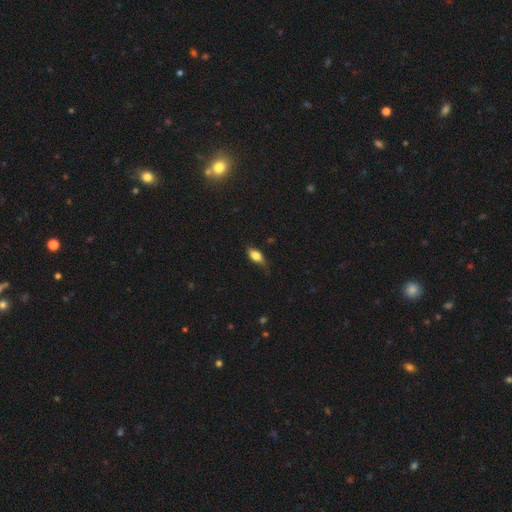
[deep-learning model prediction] A smooth galaxy with no disk features (72%) that is in between round and cigar-shaped (80%).

Vote fractions:
- Smooth or featured? smooth: 72% / featured or disk: 20% / star or artifact: 8%
- How rounded? in between: 80% / cigar-shaped: 13% / round: 7%
- Merging? none: 58% / minor disturbance: 31% / major disturbance: 9% / merger: 2%